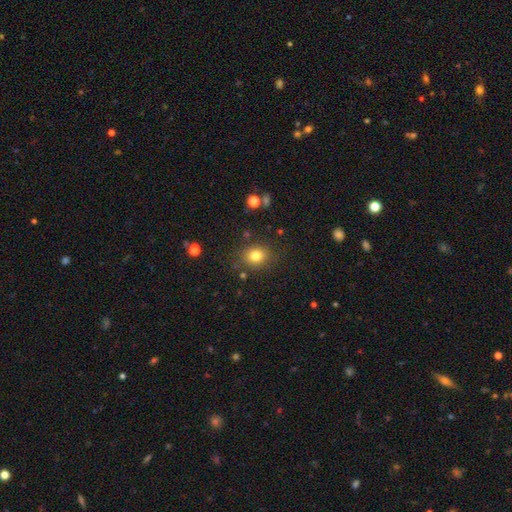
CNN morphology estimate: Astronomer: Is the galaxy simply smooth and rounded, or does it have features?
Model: smooth — 80%.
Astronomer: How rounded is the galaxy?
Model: round — 63%.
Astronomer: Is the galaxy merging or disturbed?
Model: none — 82%.